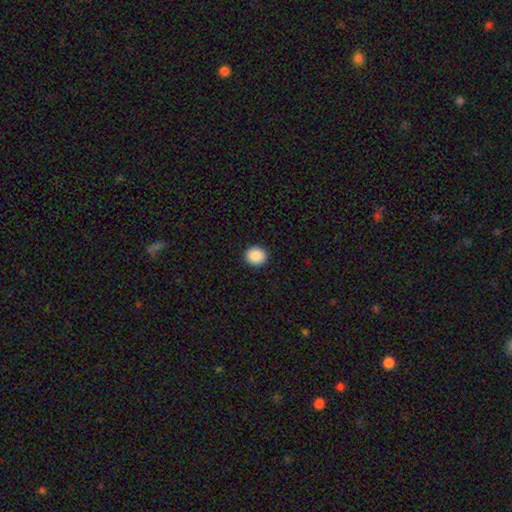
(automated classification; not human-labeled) Overall: smooth (89%). How rounded: round (84%). Merging: none (92%).